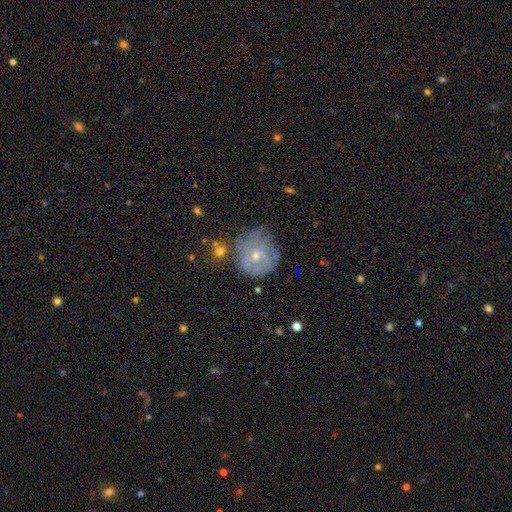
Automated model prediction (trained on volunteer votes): Overall: featured or disk (61%; smooth 30%). Edge-on disk: no (97%). Bar: no (77%). Spiral arms: yes (59%; no 41%). Bulge size: small (49%; moderate 47%). Merging: none (59%; minor disturbance 24%).